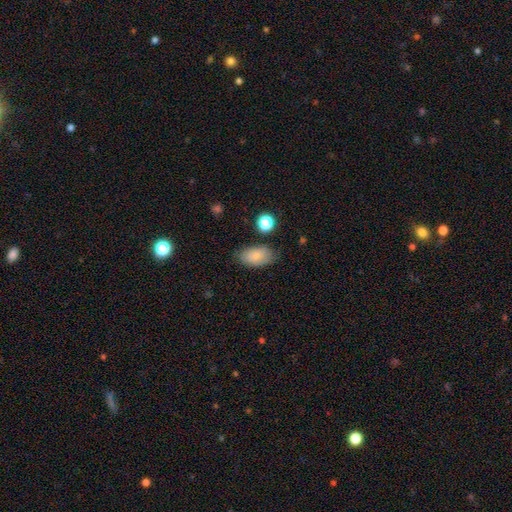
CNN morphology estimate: Smooth or featured? smooth (79%)
How rounded? in between (92%)
Merging? none (74%)